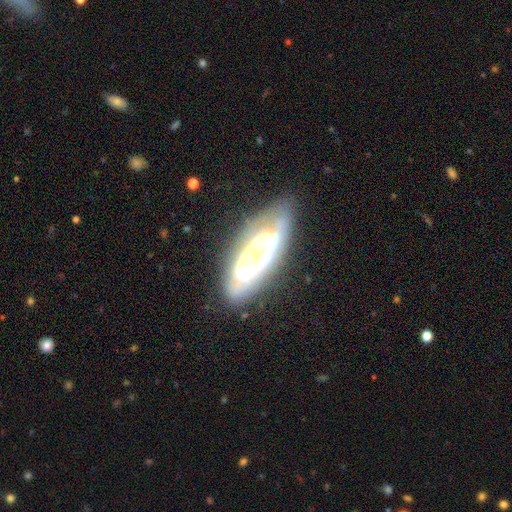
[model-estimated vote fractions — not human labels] featured or disk 70%, smooth 20%, star or artifact 9%. Down the decision tree: edge-on disk — no (71%); bar — no (64%); spiral arms — yes (56%); bulge size — moderate (28%); merging — none (68%).